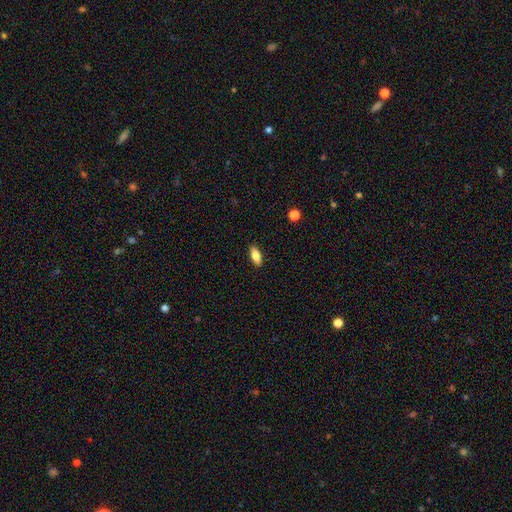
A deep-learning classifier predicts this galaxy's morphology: Smooth or featured: smooth — 78% (featured or disk — 15%)
How rounded: in between — 80% (cigar-shaped — 17%)
Merging: none — 89% (minor disturbance — 8%)